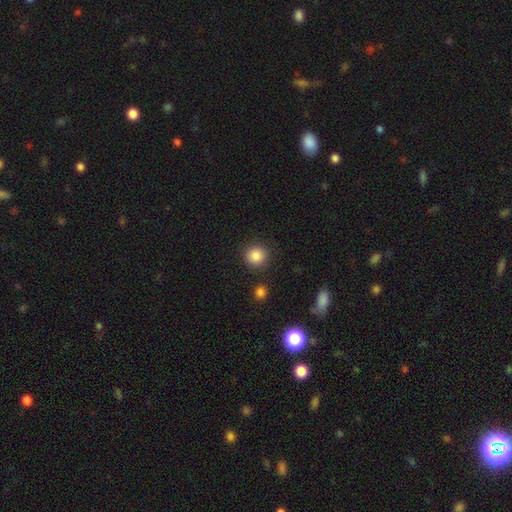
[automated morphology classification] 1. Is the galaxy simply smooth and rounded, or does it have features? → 86% smooth, 10% star or artifact, 4% featured or disk.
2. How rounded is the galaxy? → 91% round, 8% in between, 1% cigar-shaped.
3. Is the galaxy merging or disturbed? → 87% none, 7% minor disturbance, 3% merger, 3% major disturbance.